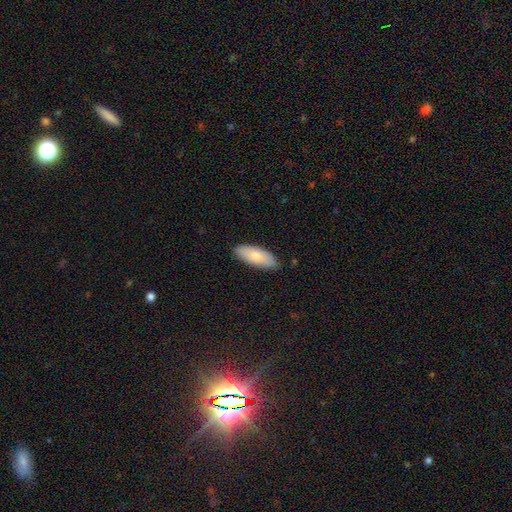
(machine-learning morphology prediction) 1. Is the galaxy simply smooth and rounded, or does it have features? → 79% smooth, 16% featured or disk, 5% star or artifact.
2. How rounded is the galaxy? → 79% in between, 19% cigar-shaped, 2% round.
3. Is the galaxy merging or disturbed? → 87% none, 10% minor disturbance, 2% major disturbance, 1% merger.